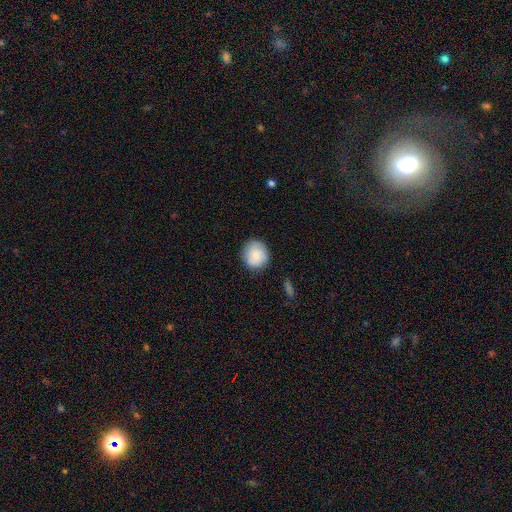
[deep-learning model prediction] This is clearly a smooth galaxy (84%). How rounded: clearly round (88%). Merging: clearly none (85%).